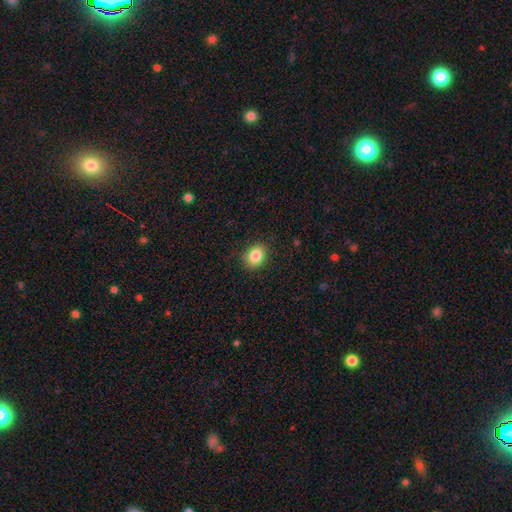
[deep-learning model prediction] This appears to be a smooth galaxy with no disk features (85%) that is round (50%). Merging: none (88%).